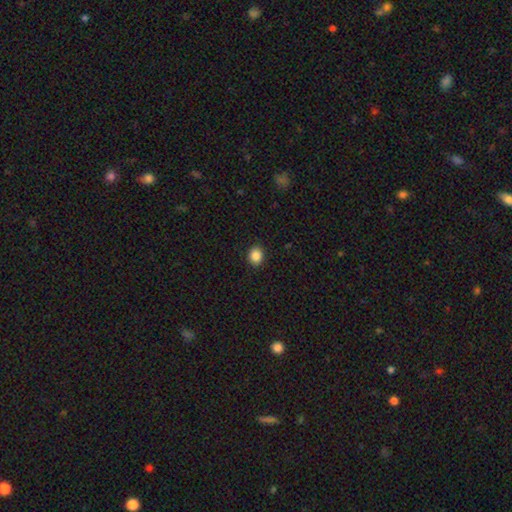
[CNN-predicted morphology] The model was most divided on "how rounded": round: 64%, in between: 35%, cigar-shaped: 1%. More confident: merging — none (91%); smooth or featured — smooth (87%).